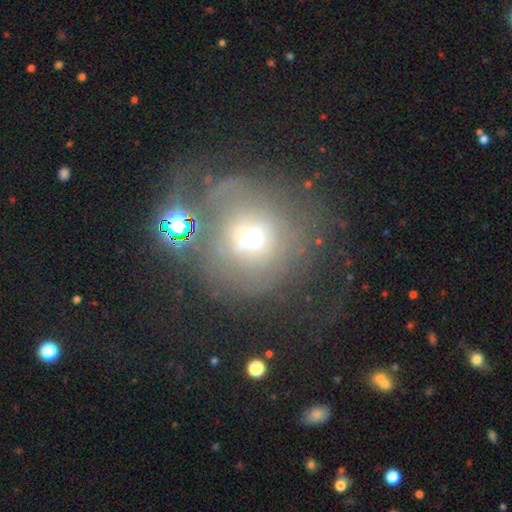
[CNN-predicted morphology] A smooth galaxy with no disk features (41%, tied with featured or disk).

Vote fractions:
- Smooth or featured? smooth: 41% (tied) / featured or disk: 41% (tied) / star or artifact: 17%
- Merging? none: 41% / major disturbance: 32% / minor disturbance: 18% / merger: 9%